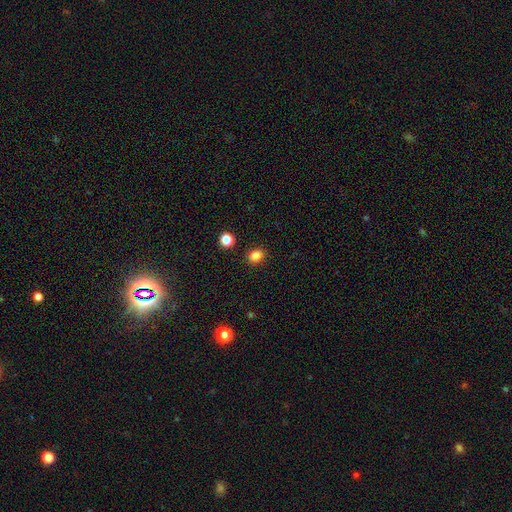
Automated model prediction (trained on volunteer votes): Smooth or featured? Predicted: smooth (p=0.84). How rounded? Predicted: round (p=0.54). Merging? Predicted: none (p=0.88).